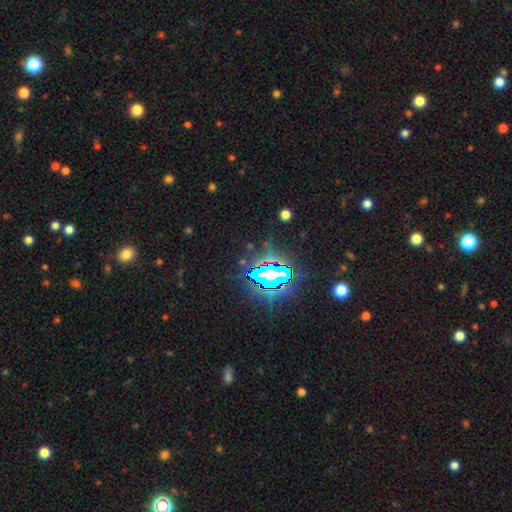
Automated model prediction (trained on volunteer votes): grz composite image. It shows a star or artifact, not a galaxy (82%).